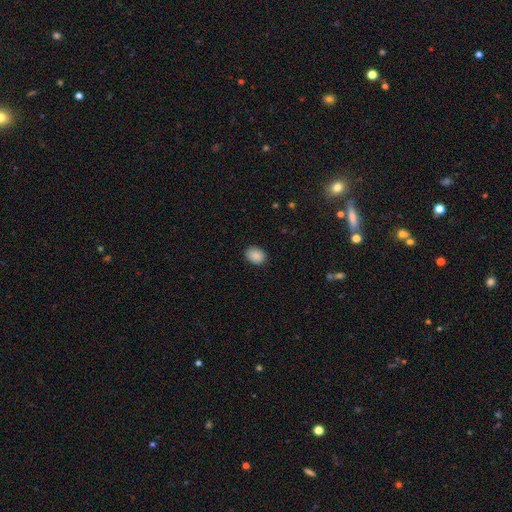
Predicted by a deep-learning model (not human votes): This appears to be a smooth galaxy with no disk features (89%) that is in between round and cigar-shaped (63%). Merging: none (87%).